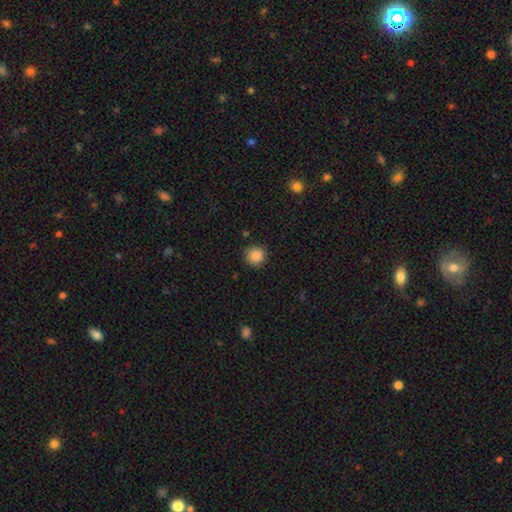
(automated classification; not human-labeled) A smooth galaxy with no disk features (88%) that is round (93%). Merging: none (88%).